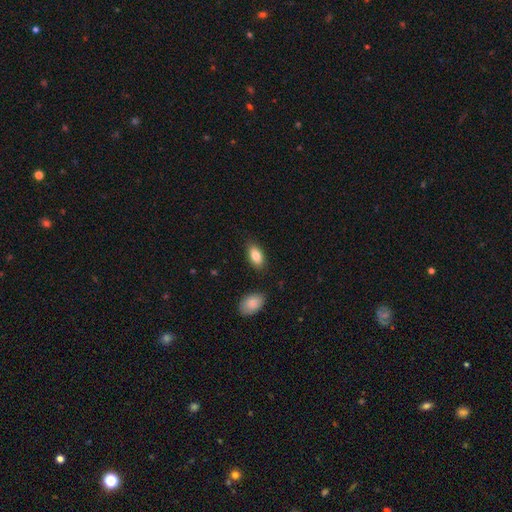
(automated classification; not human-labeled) A smooth galaxy with no disk features (82%) that is in between round and cigar-shaped (91%).

Vote fractions:
- Smooth or featured? smooth: 82% / featured or disk: 11% / star or artifact: 7%
- How rounded? in between: 91% / cigar-shaped: 5% / round: 4%
- Merging? none: 84% / minor disturbance: 11% / merger: 2% / major disturbance: 2%